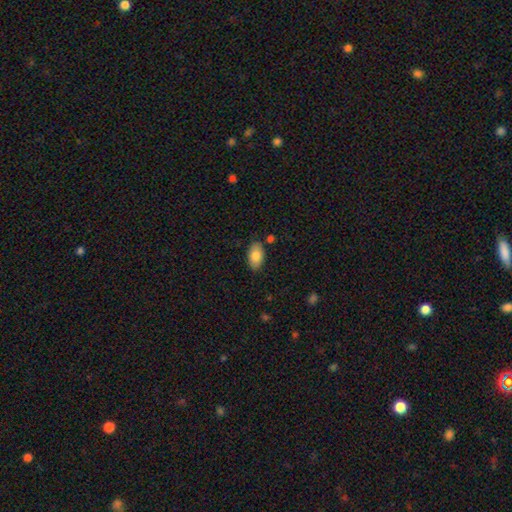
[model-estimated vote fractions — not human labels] Smooth or featured: smooth — 82% (featured or disk — 11%)
How rounded: in between — 94% (round — 5%)
Merging: none — 84% (minor disturbance — 11%)